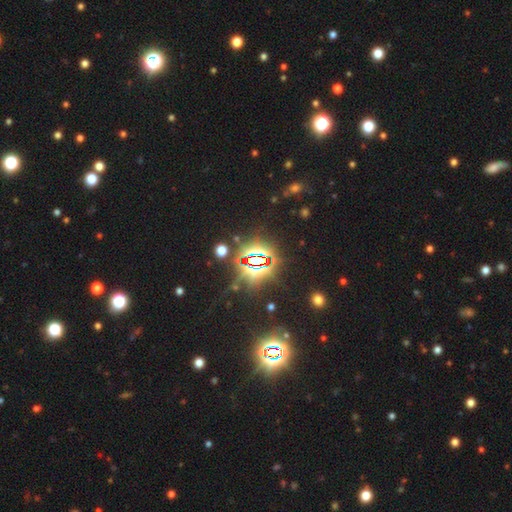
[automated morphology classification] smooth-or-featured: star or artifact: 83% | smooth: 9% | featured or disk: 8%